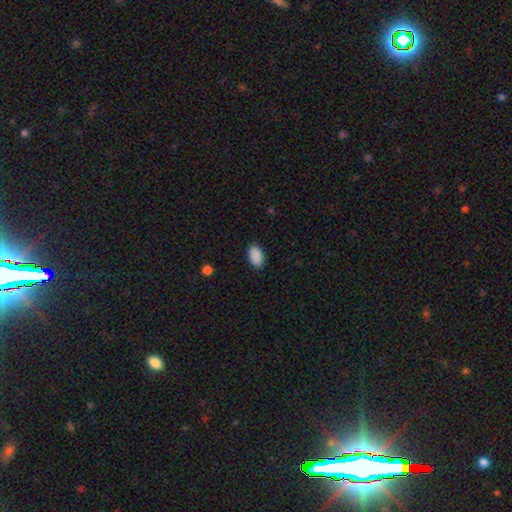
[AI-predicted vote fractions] A smooth galaxy with no disk features (90%) that is in between round and cigar-shaped (93%). Merging: none (88%).